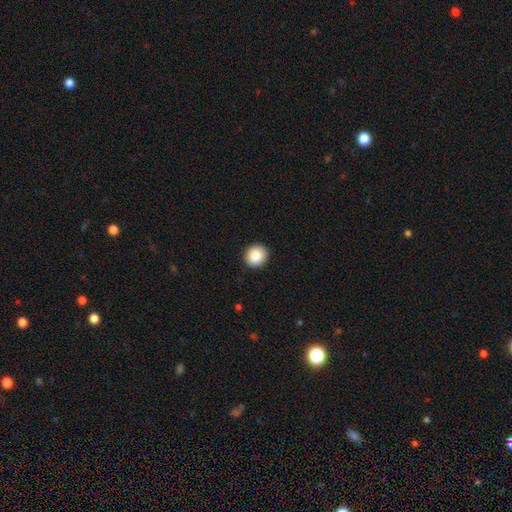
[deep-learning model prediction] Q: Smooth or featured?
A: smooth (88%); runner-up: star or artifact (8%)
Q: How rounded?
A: round (85%); runner-up: in between (14%)
Q: Merging?
A: none (92%); runner-up: minor disturbance (6%)